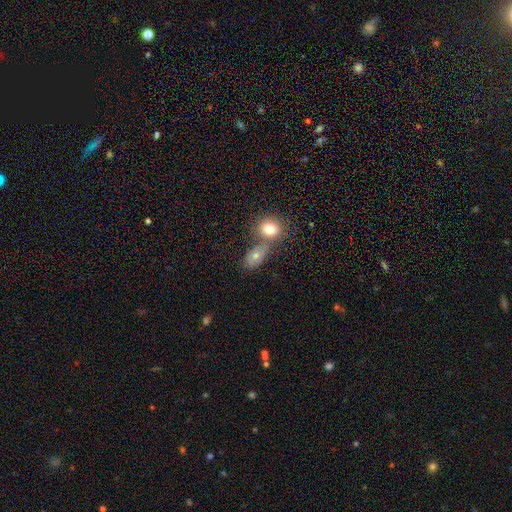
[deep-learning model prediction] smooth_or_featured: smooth (p=0.71) [alt: featured or disk p=0.16]
how_rounded: in between (p=0.68) [alt: round p=0.28]
merging: none (p=0.46) [alt: merger p=0.41]